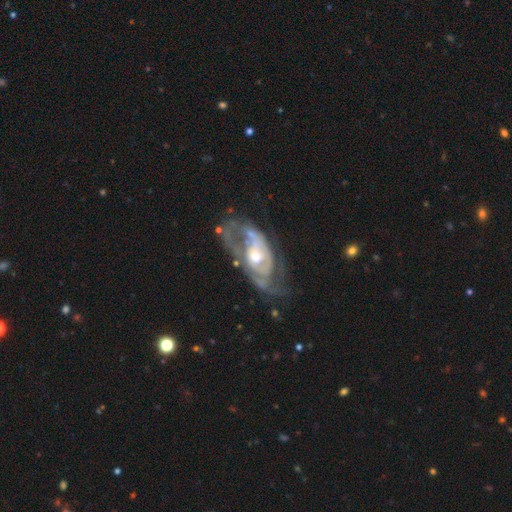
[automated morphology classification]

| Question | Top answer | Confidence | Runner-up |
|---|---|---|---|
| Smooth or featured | featured or disk | 83% | smooth (11%) |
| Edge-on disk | no | 93% | yes (7%) |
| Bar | no | 61% | weak (29%) |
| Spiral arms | yes | 78% | no (22%) |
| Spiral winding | tight | 43% | medium (39%) |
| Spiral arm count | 2 | 46% | can't tell (35%) |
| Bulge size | moderate | 60% | small (33%) |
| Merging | none | 48% | major disturbance (26%) |